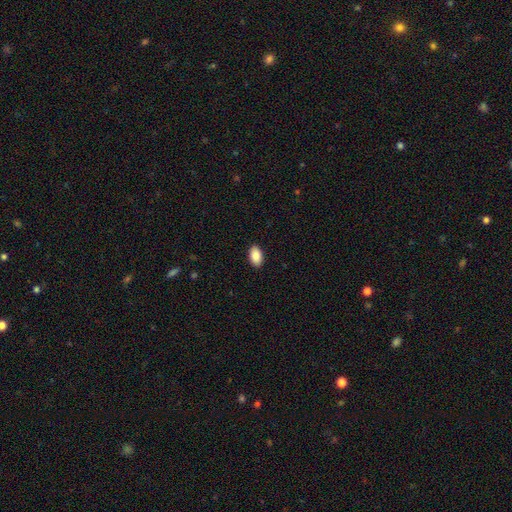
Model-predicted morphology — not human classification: This appears to be a smooth galaxy with no disk features (88%) that is in between round and cigar-shaped (93%). Merging: none (90%).